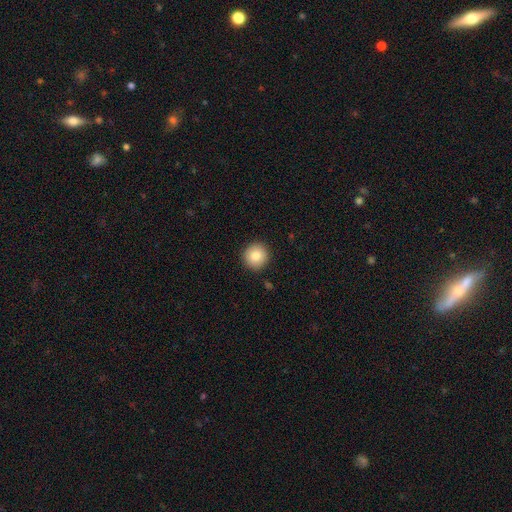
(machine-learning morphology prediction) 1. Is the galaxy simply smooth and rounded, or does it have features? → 83% smooth, 8% star or artifact, 8% featured or disk.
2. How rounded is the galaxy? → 94% round, 5% in between, 1% cigar-shaped.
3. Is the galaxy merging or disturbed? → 91% none, 6% minor disturbance, 2% major disturbance, 1% merger.